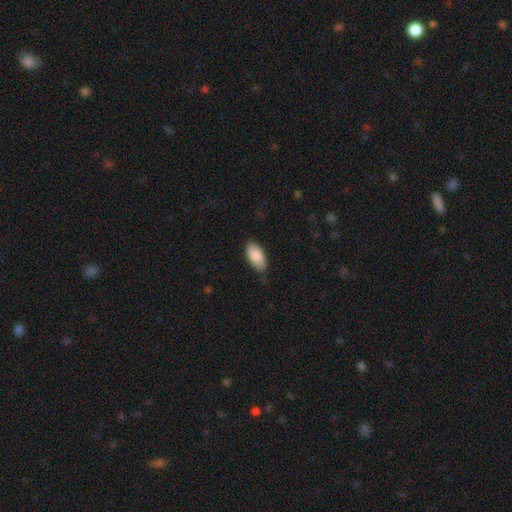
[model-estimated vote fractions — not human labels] Morphology: type=smooth (88%); roundness=in between (93%); merging=none (77%).